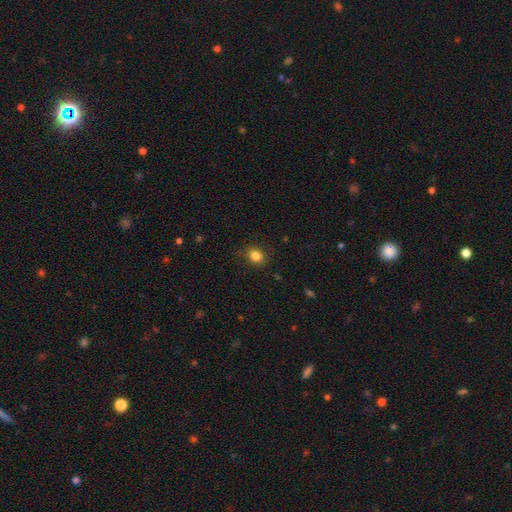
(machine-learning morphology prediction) smooth 84%, star or artifact 11%, featured or disk 5%. Down the decision tree: how rounded — round (57%); merging — none (86%).